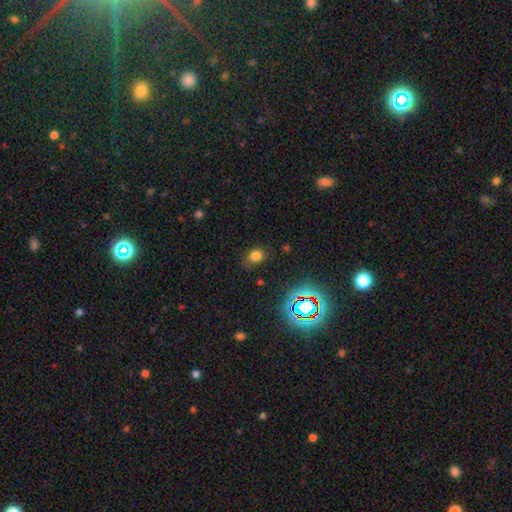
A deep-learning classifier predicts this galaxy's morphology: A smooth galaxy with no disk features (74%) that is in between round and cigar-shaped (50%). Merging: none (71%).